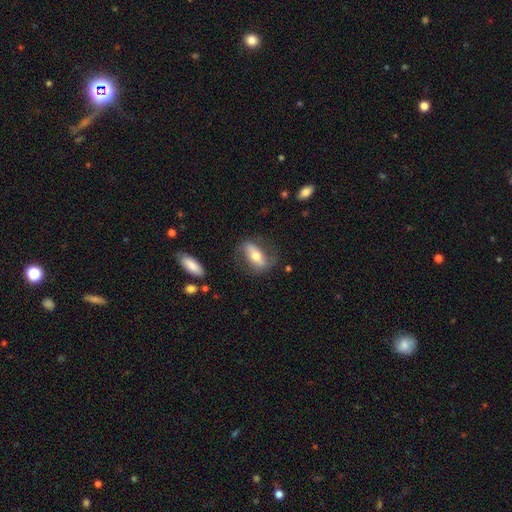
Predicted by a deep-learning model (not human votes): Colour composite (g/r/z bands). It shows a smooth galaxy with no disk features (49%). Merging: none (67%).